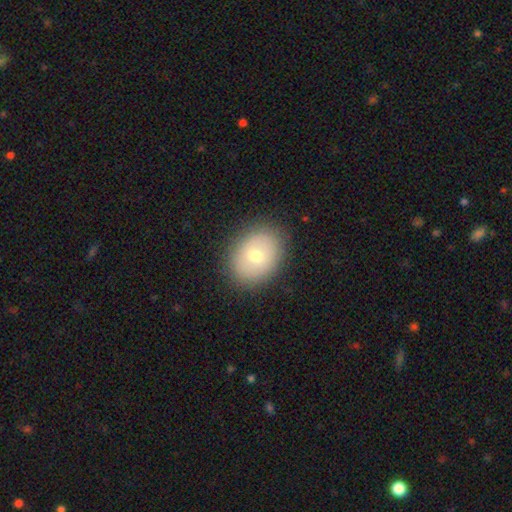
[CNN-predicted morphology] This is likely a smooth galaxy (66%). How rounded: likely in between (60%). Merging: clearly none (86%).